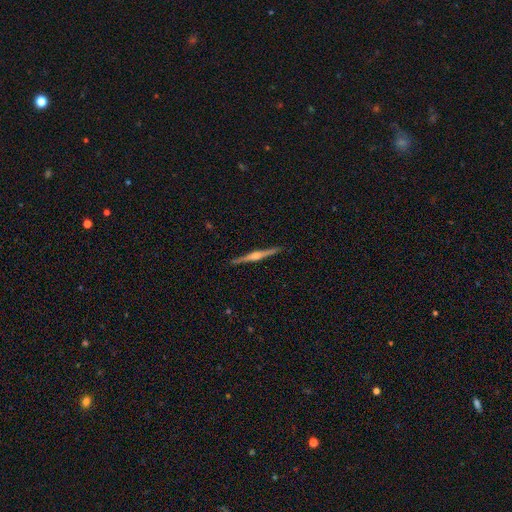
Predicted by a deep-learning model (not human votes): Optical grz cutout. It shows a featured or disk galaxy (79%) viewed edge-on (99%) with a rounded central bulge (78%). Merging: none (92%).